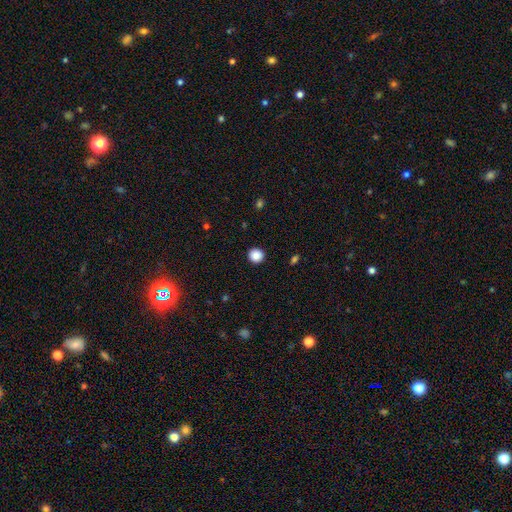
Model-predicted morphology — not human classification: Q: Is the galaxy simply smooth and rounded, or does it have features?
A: smooth — 87%.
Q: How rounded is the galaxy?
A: round — 93%.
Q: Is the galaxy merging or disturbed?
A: none — 93%.